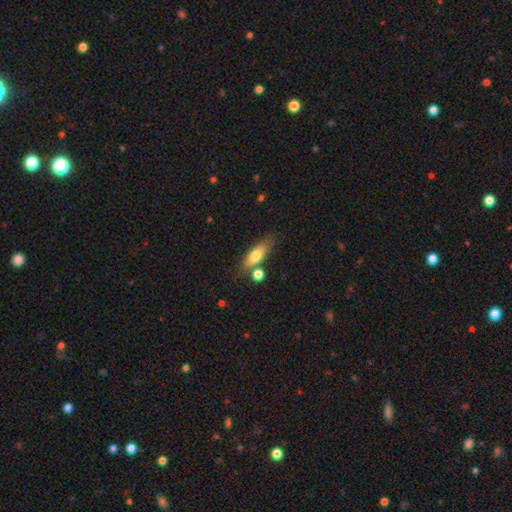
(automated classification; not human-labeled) smooth-or-featured: smooth: 69% | featured or disk: 24% | star or artifact: 7%
  how-rounded: in between: 56% | cigar-shaped: 40% | round: 4%
  merging: none: 67% | minor disturbance: 15% | merger: 13% | major disturbance: 4%